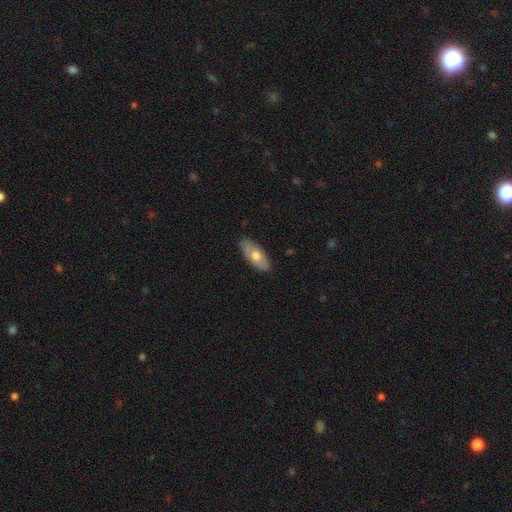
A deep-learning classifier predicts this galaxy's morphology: This appears to be a smooth galaxy with no disk features (61%) that is in between round and cigar-shaped (88%). Merging: none (82%).